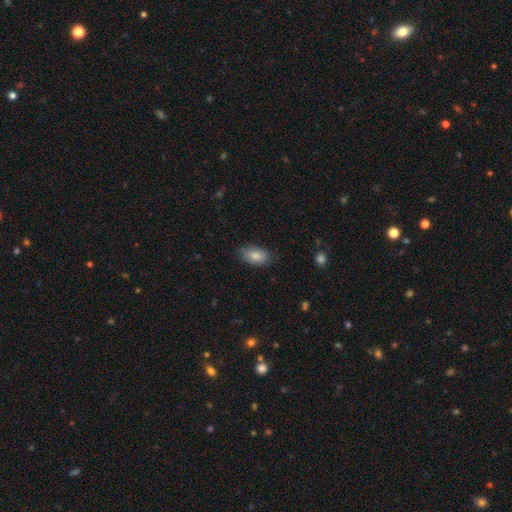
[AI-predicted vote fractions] Overall: smooth (85%). How rounded: in between (93%). Merging: none (78%).